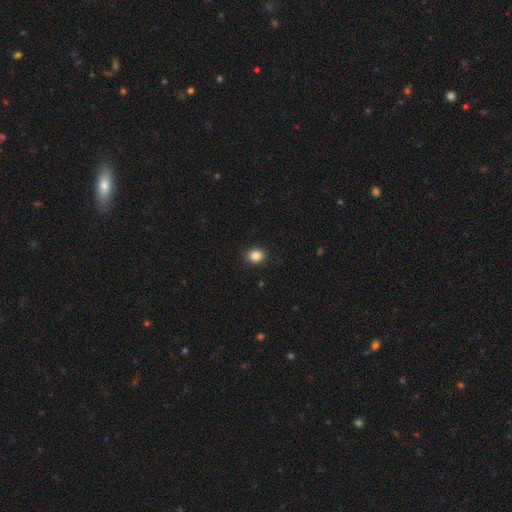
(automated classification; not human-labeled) This appears to be a smooth galaxy with no disk features (86%) that is round (66%). Merging: none (91%).